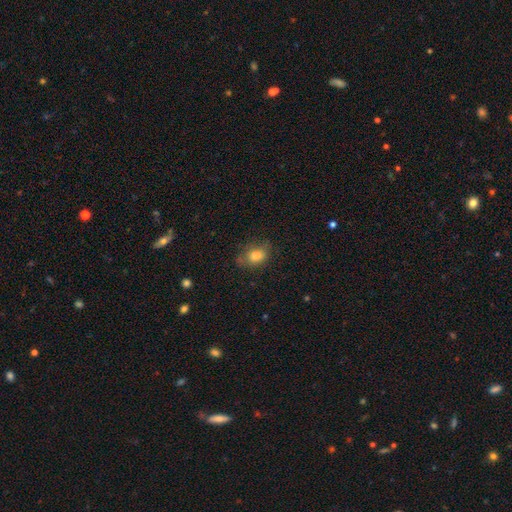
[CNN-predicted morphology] Smooth or featured: smooth — 78% (featured or disk — 11%)
How rounded: in between — 73% (round — 25%)
Merging: none — 64% (minor disturbance — 25%)